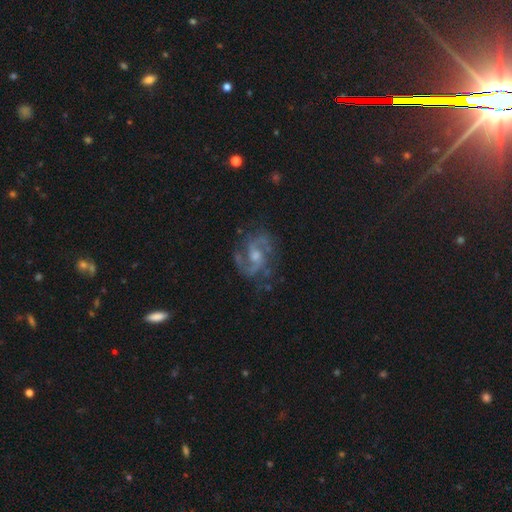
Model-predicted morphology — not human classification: type=featured or disk (86%); edge-on=no (97%); bar=weak (46%); spiral arms=yes (96%); winding=medium (55%); arm count=2 (78%); bulge=moderate (50%); merging=none (72%).